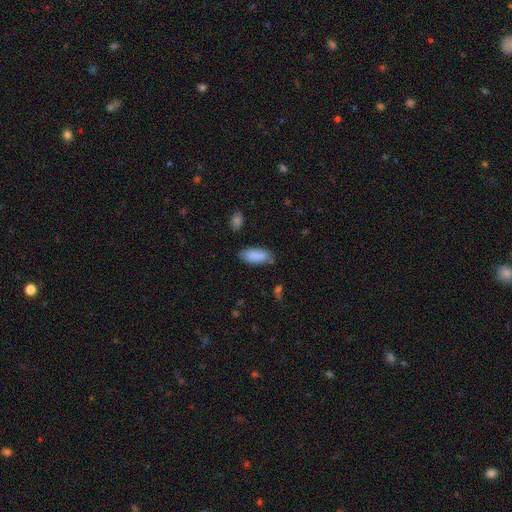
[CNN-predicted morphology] This is clearly a smooth galaxy (88%). How rounded: clearly in between (83%). Merging: likely none (76%).